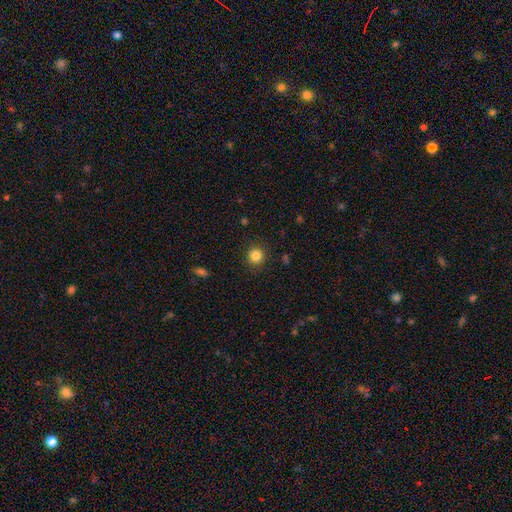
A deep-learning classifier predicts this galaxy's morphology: This appears to be a smooth galaxy with no disk features (84%) that is round (92%). Merging: none (90%).